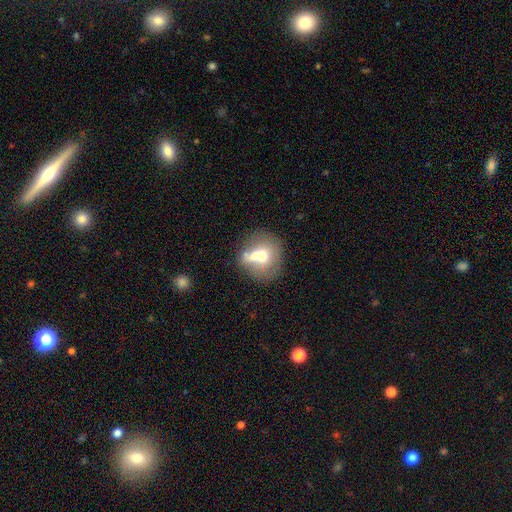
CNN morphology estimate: Q: Smooth or featured?
A: smooth (59%); runner-up: featured or disk (31%)
Q: How rounded?
A: round (73%); runner-up: in between (25%)
Q: Merging?
A: merger (41%); runner-up: none (37%)